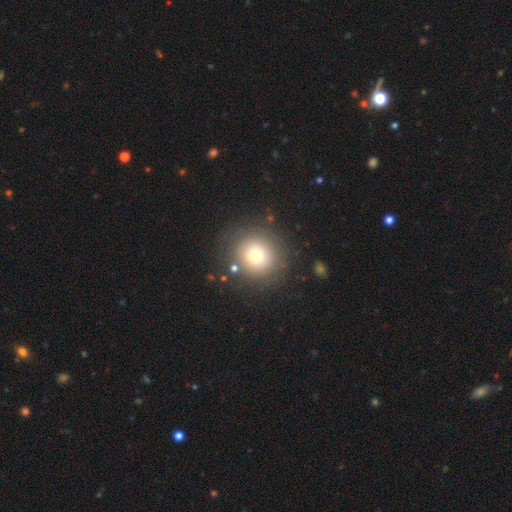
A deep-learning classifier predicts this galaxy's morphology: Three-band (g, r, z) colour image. It shows a smooth galaxy with no disk features (72%) that is round (92%). Merging: none (83%).